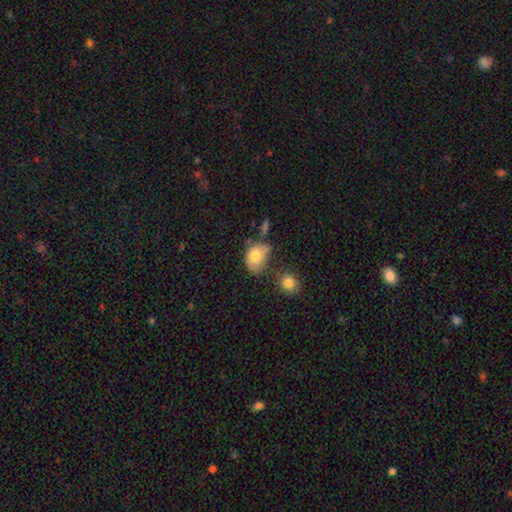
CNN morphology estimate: A smooth galaxy with no disk features (76%) that is in between round and cigar-shaped (74%). Merging: none (35%).